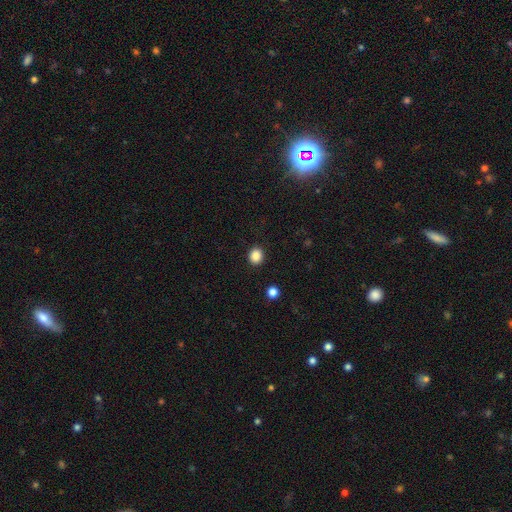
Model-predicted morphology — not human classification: The model was most divided on "how rounded": round: 74%, in between: 25%, cigar-shaped: 1%. More confident: merging — none (90%); smooth or featured — smooth (87%).